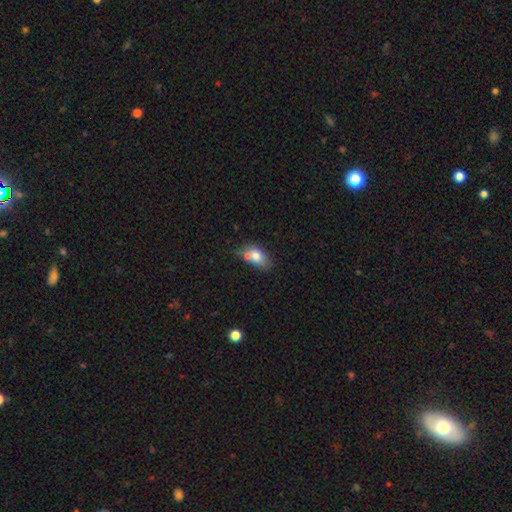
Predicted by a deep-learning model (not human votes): Smooth or featured?
  - smooth: 74% *
  - featured or disk: 18%
  - star or artifact: 9%
How rounded?
  - in between: 83% *
  - round: 14%
  - cigar-shaped: 3%
Merging?
  - none: 40% *
  - merger: 35%
  - minor disturbance: 19%
  - major disturbance: 7%